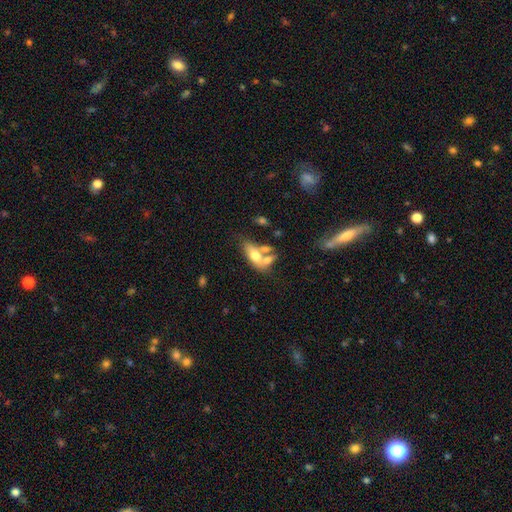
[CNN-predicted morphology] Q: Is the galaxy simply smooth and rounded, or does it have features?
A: smooth — 62%.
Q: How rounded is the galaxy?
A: in between — 78%.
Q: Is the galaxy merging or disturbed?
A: merger — 47%.